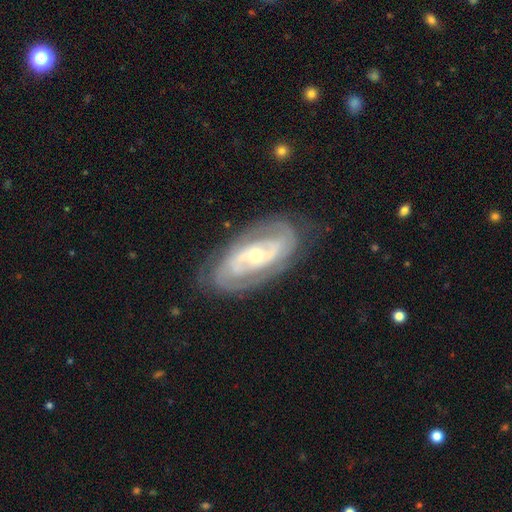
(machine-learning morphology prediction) This appears to be a featured or disk galaxy (85%) with no bar (51%), 2 (60%) tight (60%) spiral arms (88%) and a small central bulge (48%, tied with moderate). Merging: none (78%).